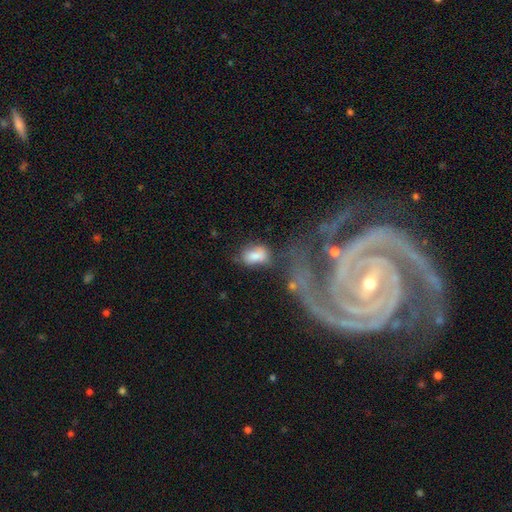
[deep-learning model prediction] Smooth or featured? smooth (73%)
How rounded? in between (84%)
Merging? none (37%)